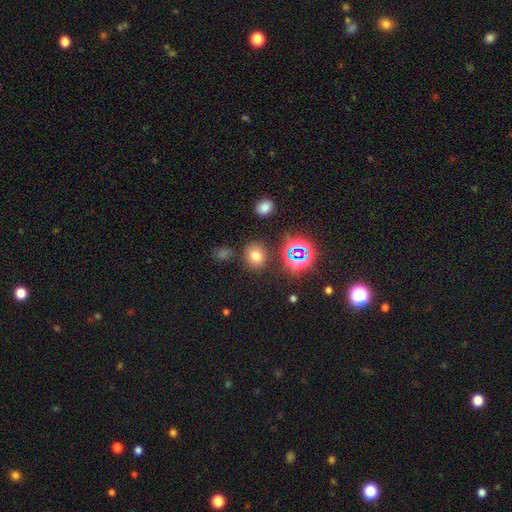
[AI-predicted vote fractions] A smooth galaxy with no disk features (68%) that is round (77%).

Vote fractions:
- Smooth or featured? smooth: 68% / star or artifact: 23% / featured or disk: 9%
- How rounded? round: 77% / in between: 21% / cigar-shaped: 1%
- Merging? none: 85% / minor disturbance: 8% / merger: 4% / major disturbance: 3%